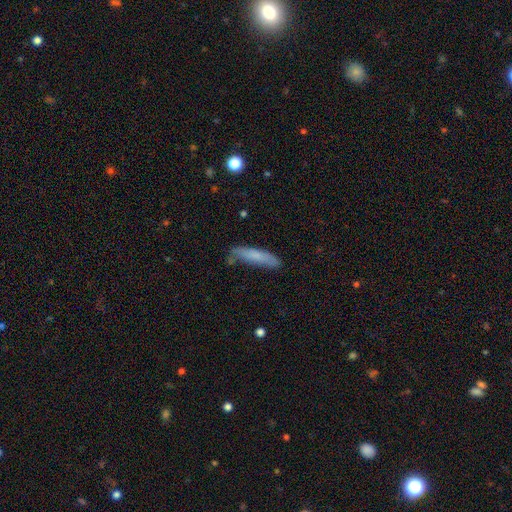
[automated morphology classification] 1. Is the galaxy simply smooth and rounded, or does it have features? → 75% smooth, 19% featured or disk, 7% star or artifact.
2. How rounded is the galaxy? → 83% cigar-shaped, 15% in between, 1% round.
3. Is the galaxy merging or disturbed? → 71% none, 21% minor disturbance, 4% major disturbance, 3% merger.